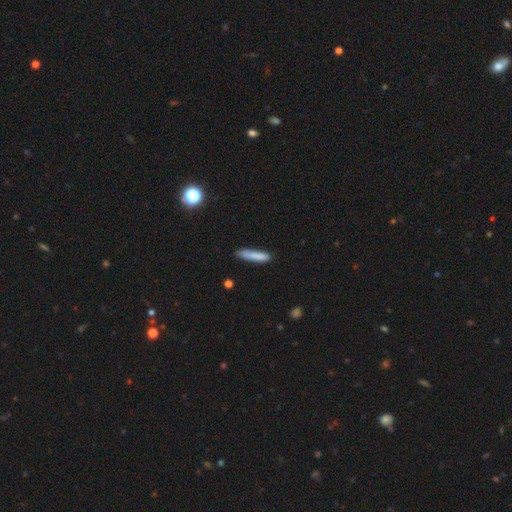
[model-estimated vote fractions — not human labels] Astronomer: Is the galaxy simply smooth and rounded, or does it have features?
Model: smooth — 83%.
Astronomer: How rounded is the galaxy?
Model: cigar-shaped — 89%.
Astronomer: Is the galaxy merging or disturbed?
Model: none — 77%.